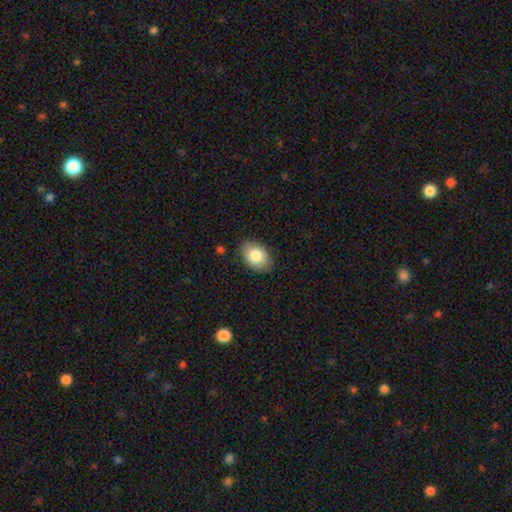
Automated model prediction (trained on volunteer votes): A smooth galaxy with no disk features (84%) that is in between round and cigar-shaped (85%).

Vote fractions:
- Smooth or featured? smooth: 84% / featured or disk: 9% / star or artifact: 7%
- How rounded? in between: 85% / round: 14% / cigar-shaped: 1%
- Merging? none: 86% / minor disturbance: 11% / major disturbance: 2% / merger: 1%